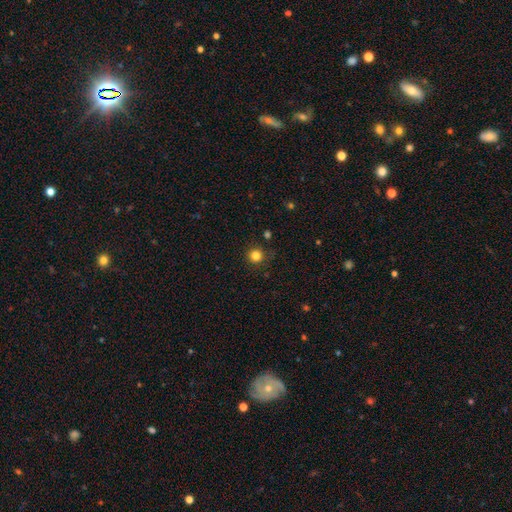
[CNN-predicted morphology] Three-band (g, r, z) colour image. It shows a smooth galaxy with no disk features (82%) that is round (95%). Merging: none (87%).